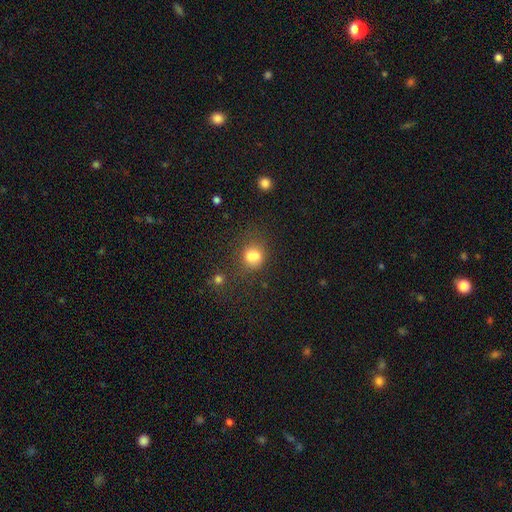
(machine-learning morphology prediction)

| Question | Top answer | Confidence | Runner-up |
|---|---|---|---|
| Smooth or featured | smooth | 72% | star or artifact (15%) |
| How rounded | round | 64% | in between (34%) |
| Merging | none | 42% | merger (36%) |